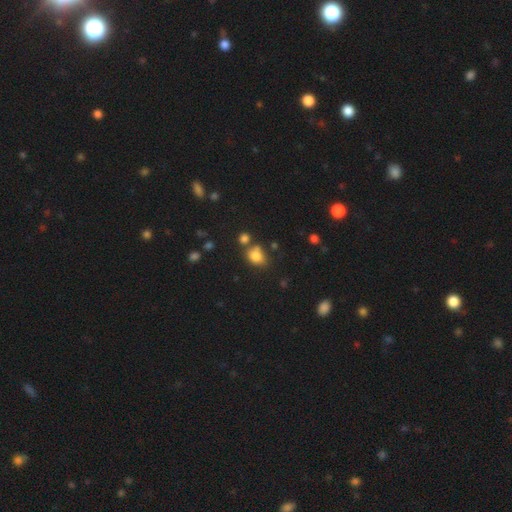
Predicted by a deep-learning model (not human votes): Smooth or featured? smooth (81%)
How rounded? in between (63%)
Merging? none (55%)